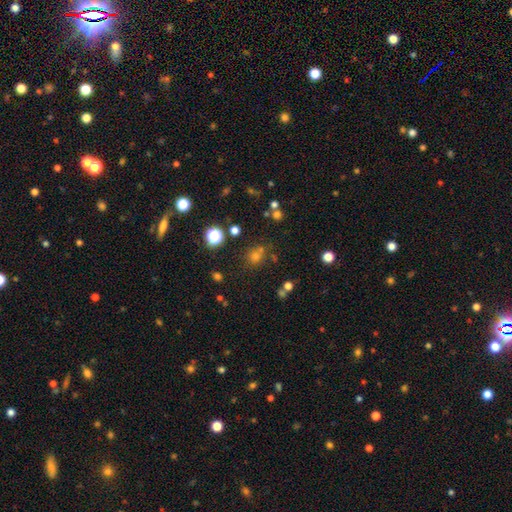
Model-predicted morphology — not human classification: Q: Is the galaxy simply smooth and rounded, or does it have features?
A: smooth — 56%.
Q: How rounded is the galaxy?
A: round — 83%.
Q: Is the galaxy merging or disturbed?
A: none — 74%.